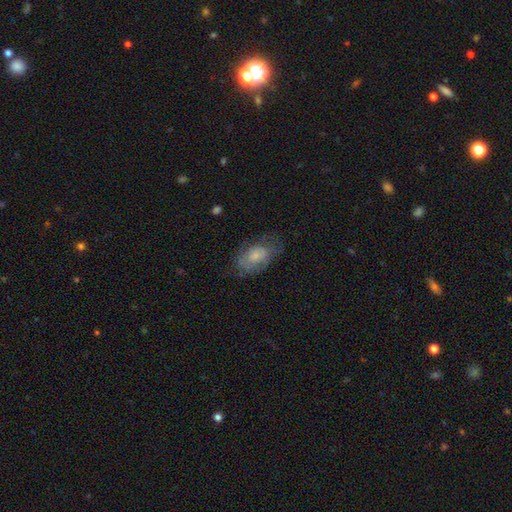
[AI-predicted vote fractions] Smooth or featured? smooth (55%)
How rounded? in between (89%)
Merging? none (55%)